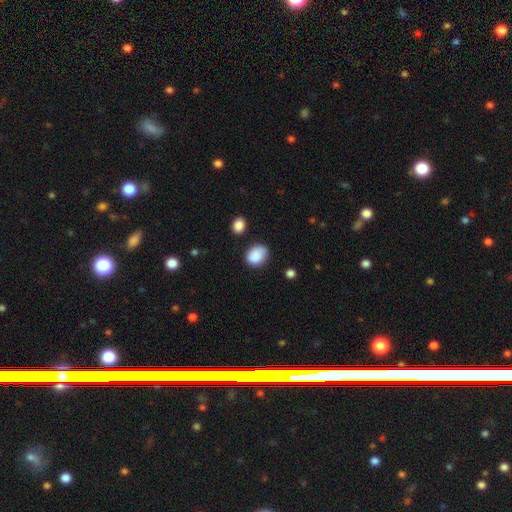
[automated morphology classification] The model was most divided on "how rounded": in between: 62%, round: 37%, cigar-shaped: 1%. More confident: smooth or featured — smooth (86%); merging — none (67%).